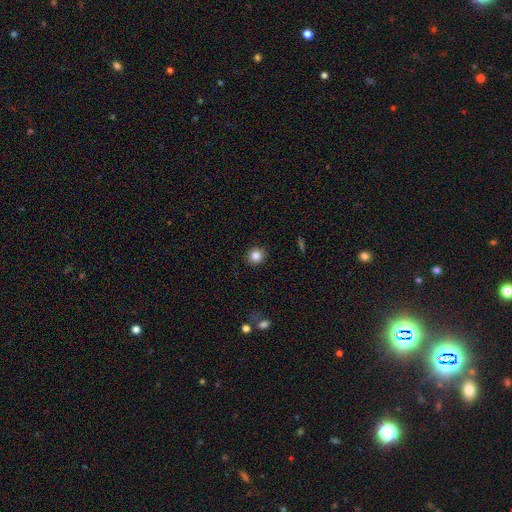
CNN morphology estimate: Smooth or featured? smooth (84%)
How rounded? round (88%)
Merging? none (90%)